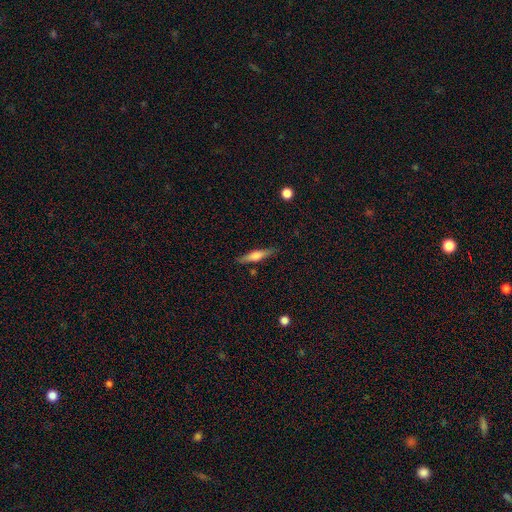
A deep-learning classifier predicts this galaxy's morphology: A smooth galaxy with no disk features (48%). Merging: none (86%).